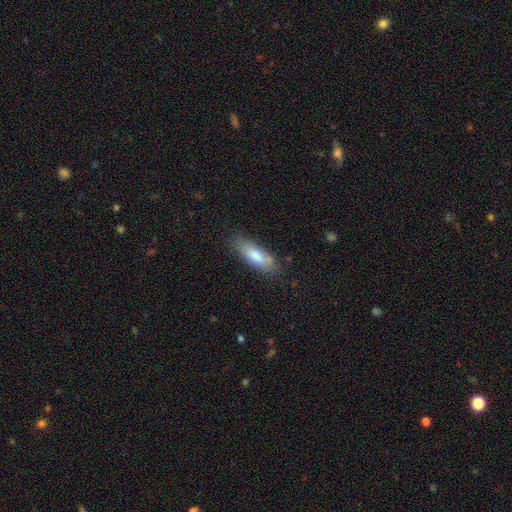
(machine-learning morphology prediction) This is likely a smooth galaxy (75%). How rounded: possibly in between (50%). Merging: clearly none (81%).